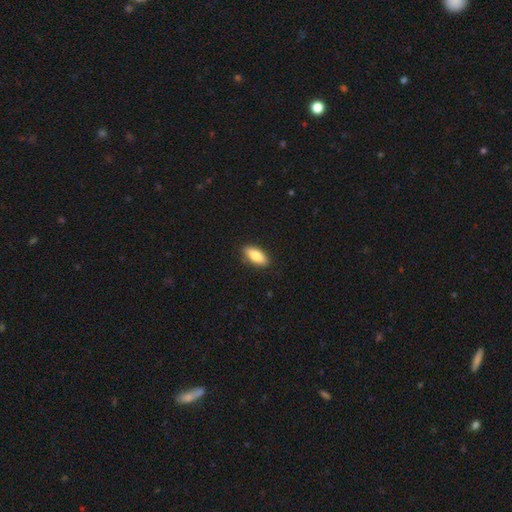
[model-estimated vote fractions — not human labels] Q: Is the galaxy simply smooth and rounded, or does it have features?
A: smooth — 84%.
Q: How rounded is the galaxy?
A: in between — 82%.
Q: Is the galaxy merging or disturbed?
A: none — 87%.